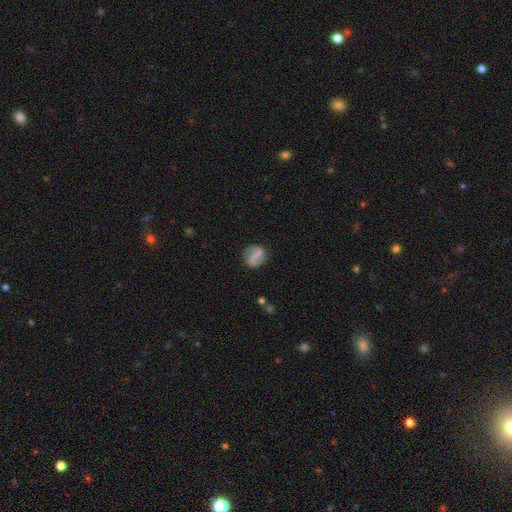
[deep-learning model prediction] smooth_or_featured: featured or disk (p=0.71) [alt: smooth p=0.22]
disk_edge_on: no (p=0.98) [alt: yes p=0.02]
bar: strong (p=0.43) [alt: weak p=0.37]
has_spiral_arms: yes (p=0.89) [alt: no p=0.11]
spiral_winding: loose (p=0.50) [alt: medium p=0.36]
spiral_arm_count: 2 (p=0.89) [alt: 1 p=0.04]
bulge_size: none (p=0.59) [alt: small p=0.25]
merging: none (p=0.80) [alt: minor disturbance p=0.13]